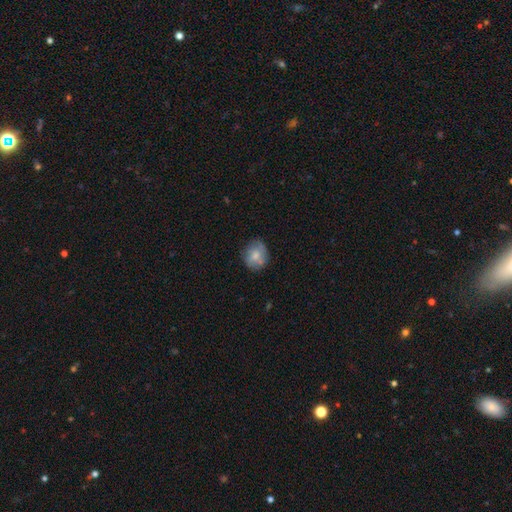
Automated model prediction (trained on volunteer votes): The model was most divided on "merging": none: 68%, minor disturbance: 22%, major disturbance: 6%, merger: 4%. More confident: how rounded — round (75%); smooth or featured — smooth (70%).